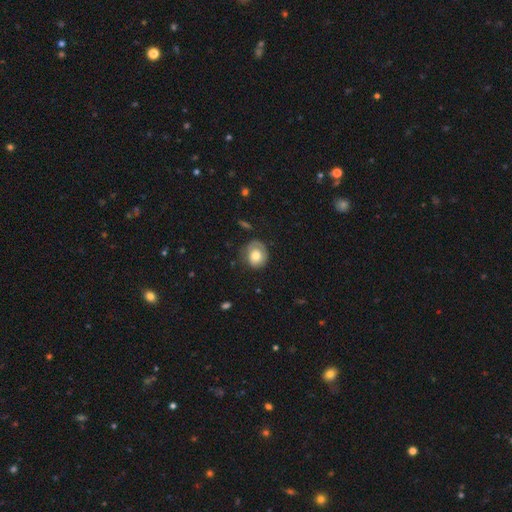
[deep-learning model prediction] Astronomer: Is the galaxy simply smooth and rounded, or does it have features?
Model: smooth — 63%.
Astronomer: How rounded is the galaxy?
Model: round — 72%.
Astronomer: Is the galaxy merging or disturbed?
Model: none — 63%.